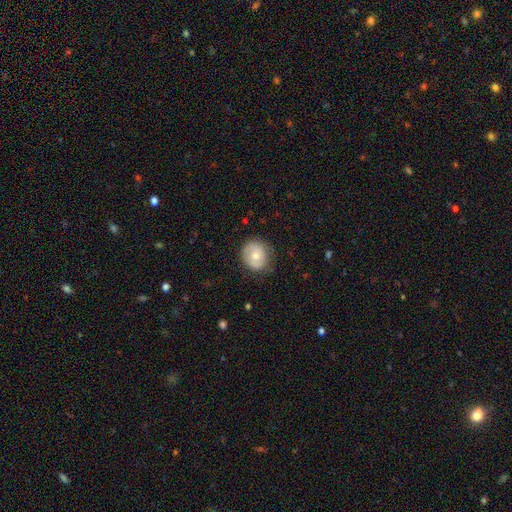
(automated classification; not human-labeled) This is likely a smooth galaxy (67%). How rounded: likely round (76%). Merging: likely none (77%).